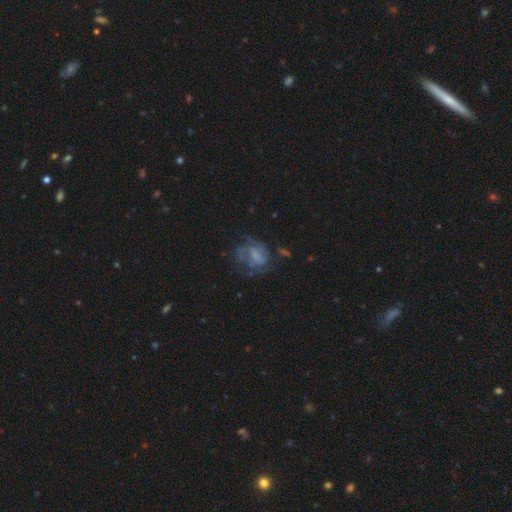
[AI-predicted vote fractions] Smooth or featured: featured or disk — 58% (smooth — 30%)
Edge-on disk: no — 97% (yes — 3%)
Bar: no — 55% (weak — 35%)
Spiral arms: yes — 64% (no — 36%)
Bulge size: none — 42% (moderate — 23%)
Merging: none — 47% (major disturbance — 27%)